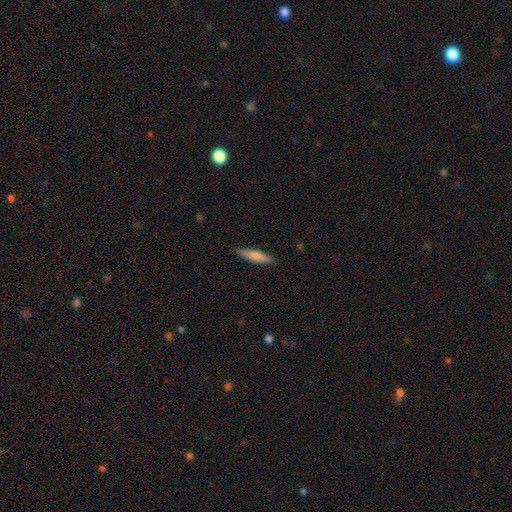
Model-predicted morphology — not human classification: This appears to be a smooth galaxy with no disk features (76%) that is cigar-shaped (81%). Merging: none (89%).